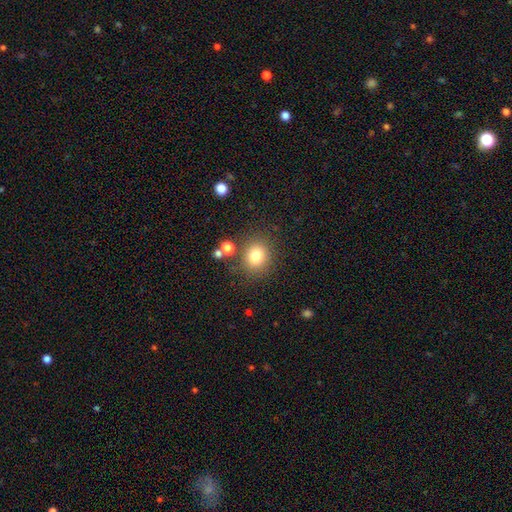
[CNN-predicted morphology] smooth_or_featured: smooth (p=0.79) [alt: star or artifact p=0.13]
how_rounded: round (p=0.78) [alt: in between p=0.21]
merging: none (p=0.80) [alt: minor disturbance p=0.10]